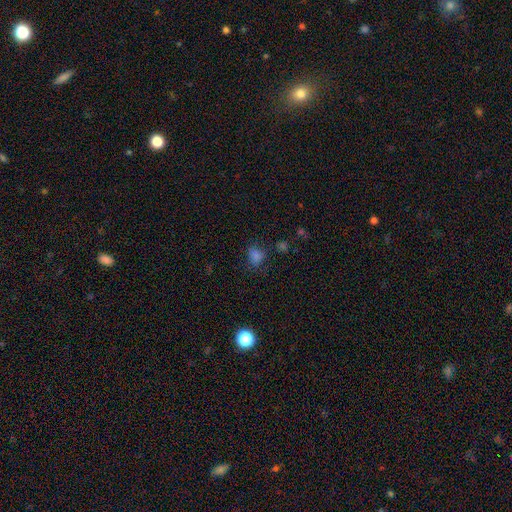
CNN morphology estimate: Smooth or featured? smooth (72%)
How rounded? in between (58%)
Merging? none (60%)